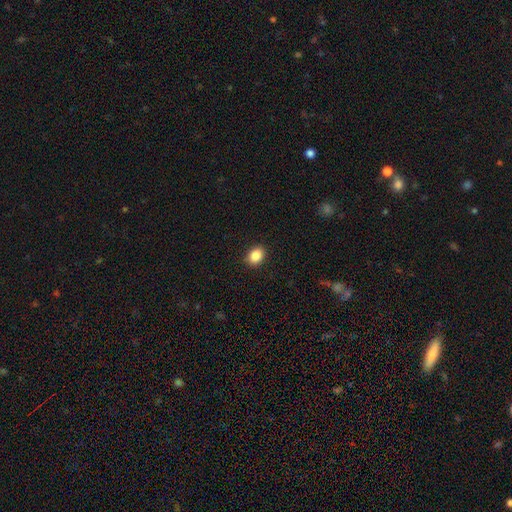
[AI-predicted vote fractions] Smooth or featured? Predicted: smooth (p=0.87). How rounded? Predicted: in between (p=0.62). Merging? Predicted: none (p=0.90).